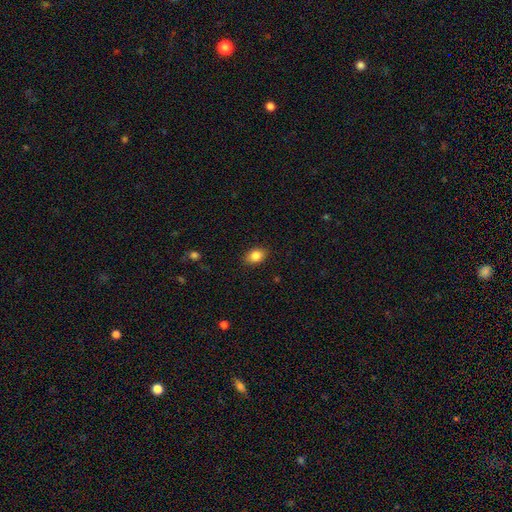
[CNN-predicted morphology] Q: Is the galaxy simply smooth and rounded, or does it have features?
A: smooth — 85%.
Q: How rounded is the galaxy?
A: in between — 77%.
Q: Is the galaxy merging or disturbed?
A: none — 87%.